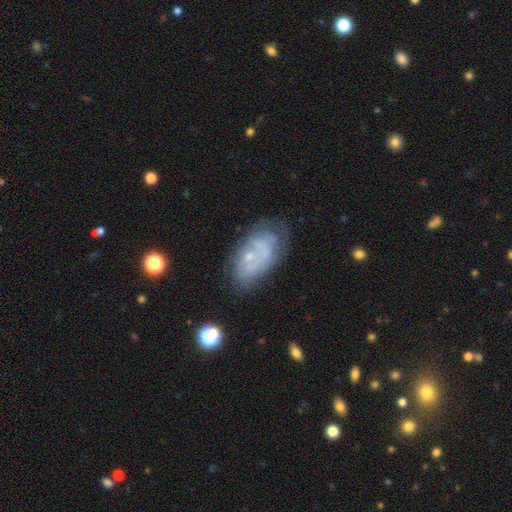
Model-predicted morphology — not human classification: type=featured or disk (59%); edge-on=no (95%); bar=no (80%); spiral arms=yes (56%); bulge=small (67%); merging=none (52%).